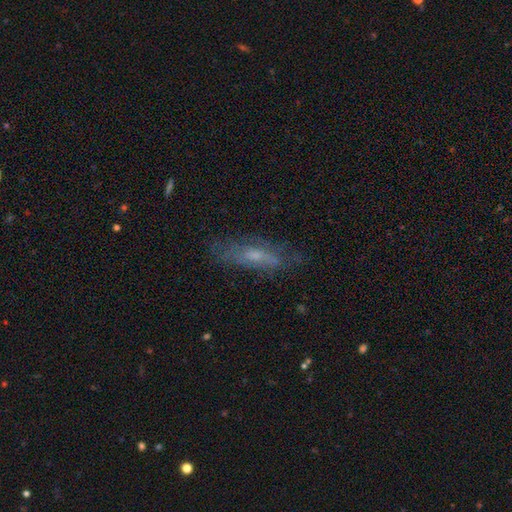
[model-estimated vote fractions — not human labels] Q: Smooth or featured?
A: featured or disk (50%); runner-up: smooth (40%)
Q: Edge-on disk?
A: no (62%); runner-up: yes (38%)
Q: Merging?
A: none (68%); runner-up: minor disturbance (21%)